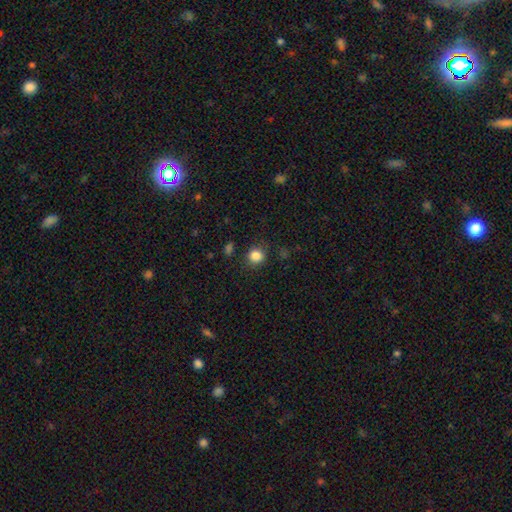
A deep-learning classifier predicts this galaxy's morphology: type=smooth (84%); roundness=round (87%); merging=none (84%).